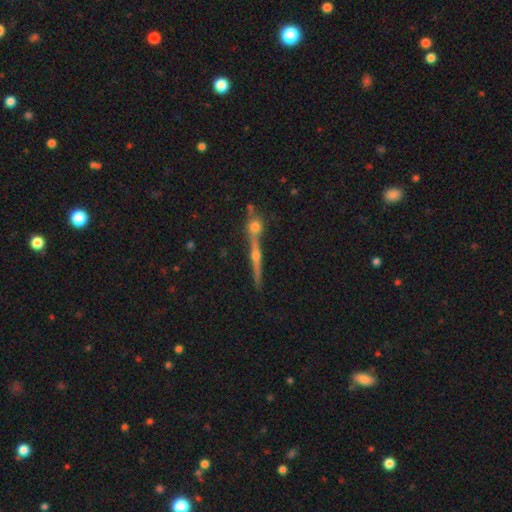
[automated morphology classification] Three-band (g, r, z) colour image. It shows a featured or disk galaxy (68%) viewed edge-on (95%) with a rounded central bulge (90%). Merging: none (63%).